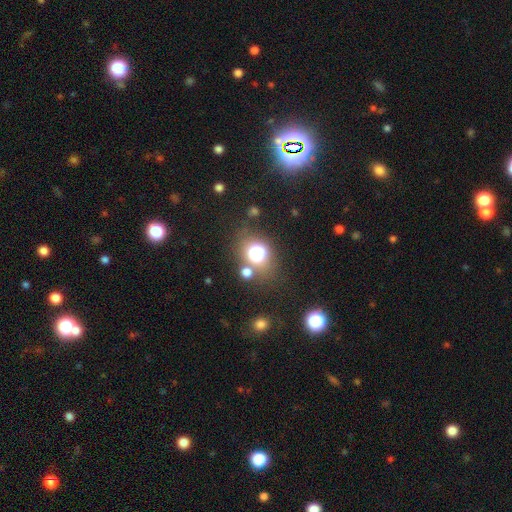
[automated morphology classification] smooth-or-featured: smooth: 49% | star or artifact: 41% | featured or disk: 10%
  merging: none: 68% | merger: 13% | minor disturbance: 11% | major disturbance: 8%